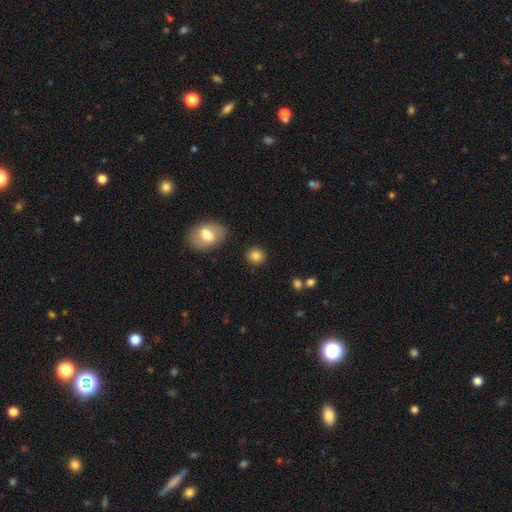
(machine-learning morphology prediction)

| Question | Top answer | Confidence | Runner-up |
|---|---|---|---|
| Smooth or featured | smooth | 85% | star or artifact (10%) |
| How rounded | round | 86% | in between (13%) |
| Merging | none | 88% | minor disturbance (7%) |